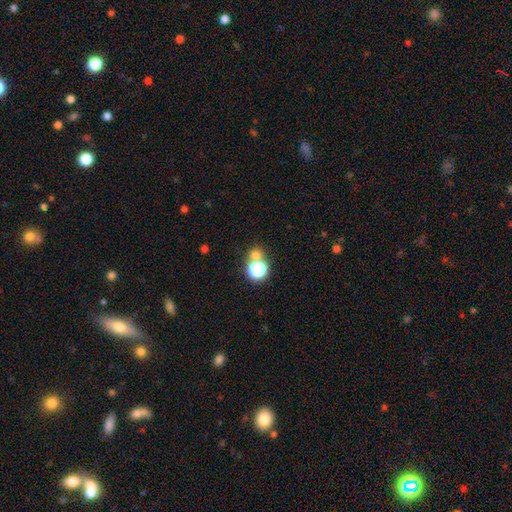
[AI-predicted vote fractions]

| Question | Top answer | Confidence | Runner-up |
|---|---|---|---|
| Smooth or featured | smooth | 63% | star or artifact (29%) |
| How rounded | round | 85% | in between (14%) |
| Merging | none | 61% | merger (28%) |